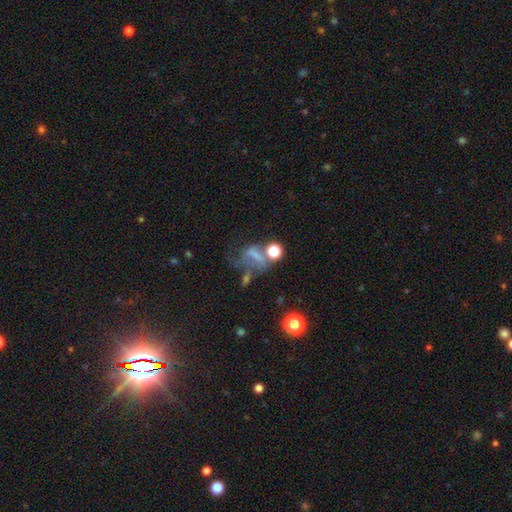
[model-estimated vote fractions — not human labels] Smooth or featured? smooth (51%)
How rounded? in between (49%)
Merging? major disturbance (33%)